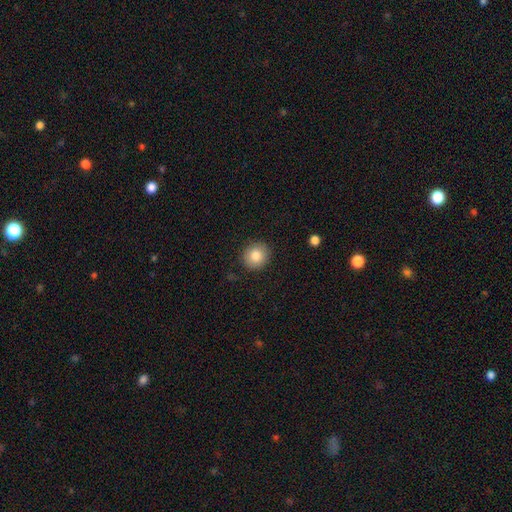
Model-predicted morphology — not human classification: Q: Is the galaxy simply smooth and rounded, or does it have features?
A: smooth — 83%.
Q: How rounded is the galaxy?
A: round — 86%.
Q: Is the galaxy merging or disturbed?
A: none — 89%.